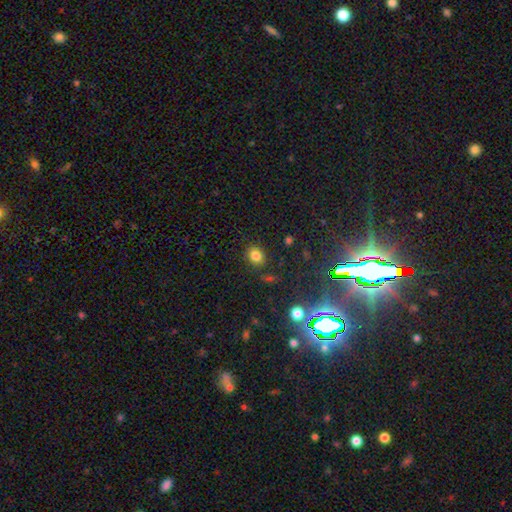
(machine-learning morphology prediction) A smooth galaxy with no disk features (80%) that is round (54%). Merging: none (84%).